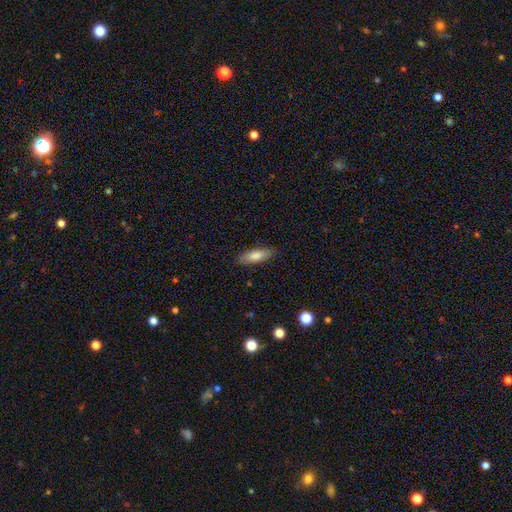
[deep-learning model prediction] Smooth or featured?
  - smooth: 79% *
  - featured or disk: 14%
  - star or artifact: 7%
How rounded?
  - in between: 51% *
  - cigar-shaped: 47%
  - round: 2%
Merging?
  - none: 86% *
  - minor disturbance: 10%
  - major disturbance: 2%
  - merger: 1%